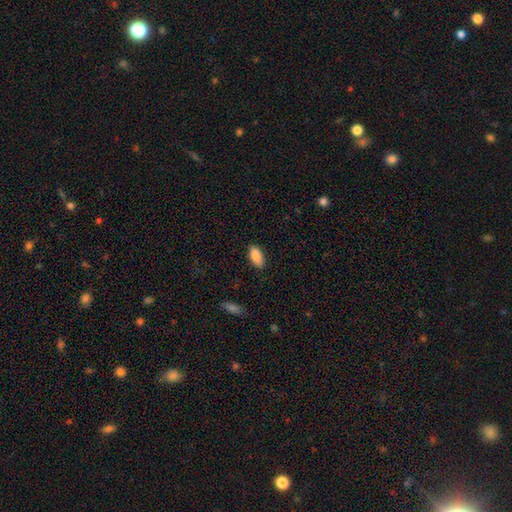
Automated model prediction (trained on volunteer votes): This appears to be a smooth galaxy with no disk features (87%) that is in between round and cigar-shaped (90%). Merging: none (86%).